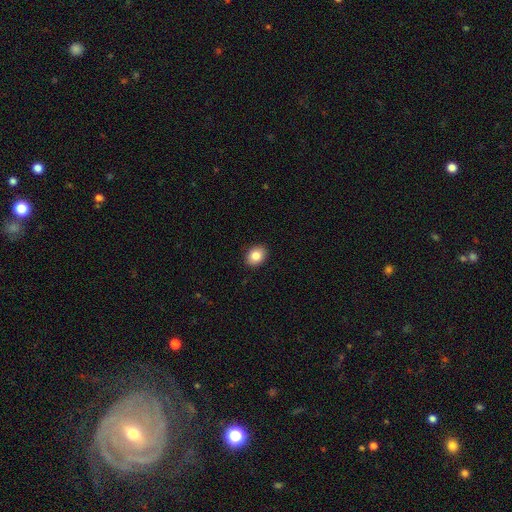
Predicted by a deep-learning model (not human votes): smooth-or-featured: smooth: 85% | star or artifact: 9% | featured or disk: 7%
  how-rounded: in between: 51% | round: 48% | cigar-shaped: 1%
  merging: none: 91% | minor disturbance: 6% | major disturbance: 2% | merger: 1%